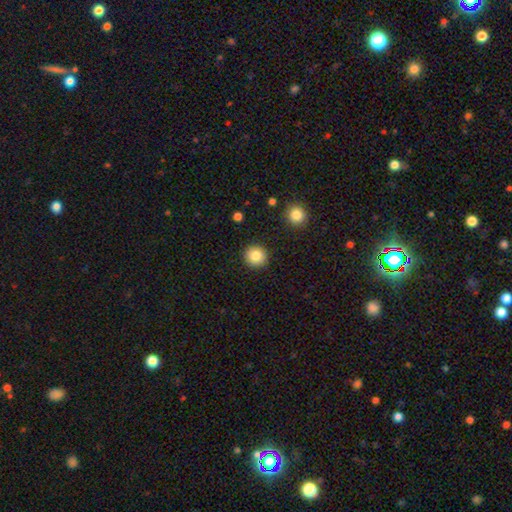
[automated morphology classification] Smooth or featured?
  - smooth: 83% *
  - star or artifact: 9%
  - featured or disk: 7%
How rounded?
  - round: 95% *
  - in between: 4%
  - cigar-shaped: 1%
Merging?
  - none: 91% *
  - minor disturbance: 5%
  - major disturbance: 2%
  - merger: 1%